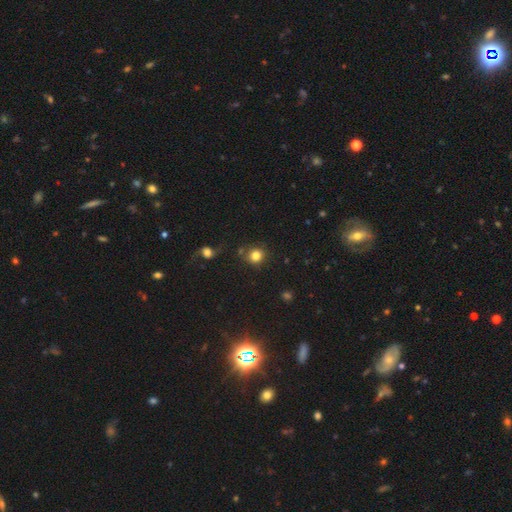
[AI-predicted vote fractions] A smooth galaxy with no disk features (82%) that is round (88%). Merging: none (76%).